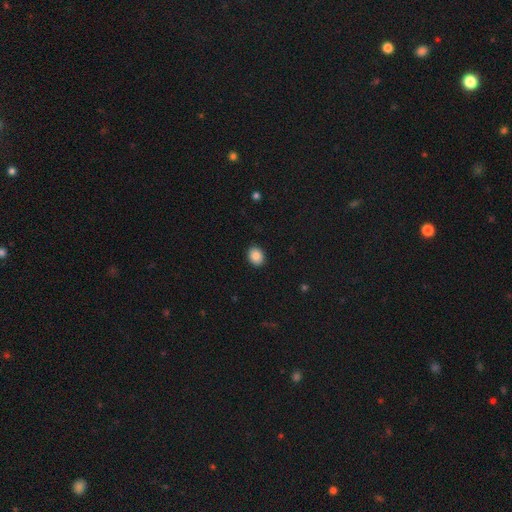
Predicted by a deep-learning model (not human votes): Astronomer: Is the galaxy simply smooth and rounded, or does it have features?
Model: smooth — 86%.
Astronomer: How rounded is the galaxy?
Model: round — 50% (runner-up: in between, 49%).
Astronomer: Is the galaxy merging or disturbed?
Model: none — 91%.